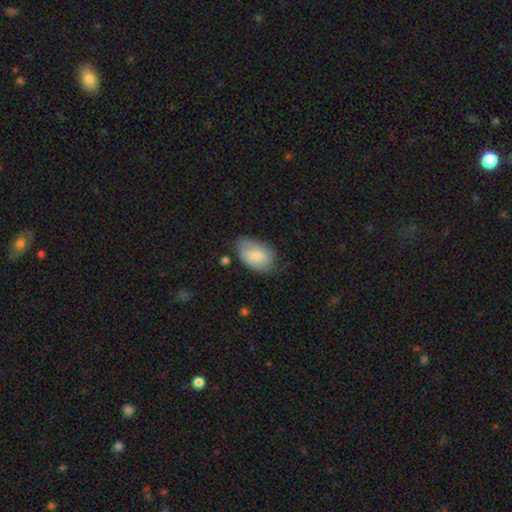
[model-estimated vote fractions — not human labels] Morphology: type=smooth (79%); roundness=in between (89%); merging=none (59%).